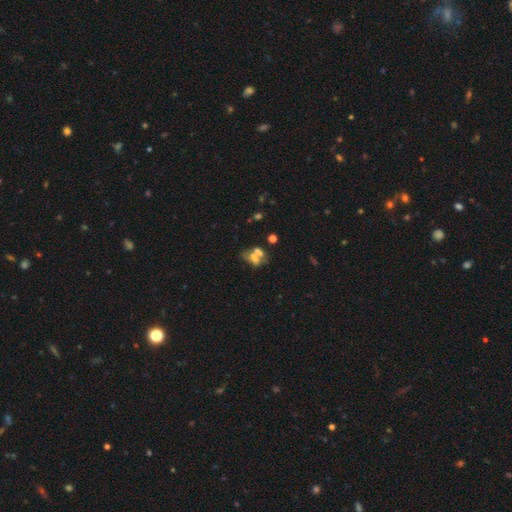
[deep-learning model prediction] Overall: smooth (50%; featured or disk 33%). How rounded: in between (72%). Merging: merger (51%; none 26%).